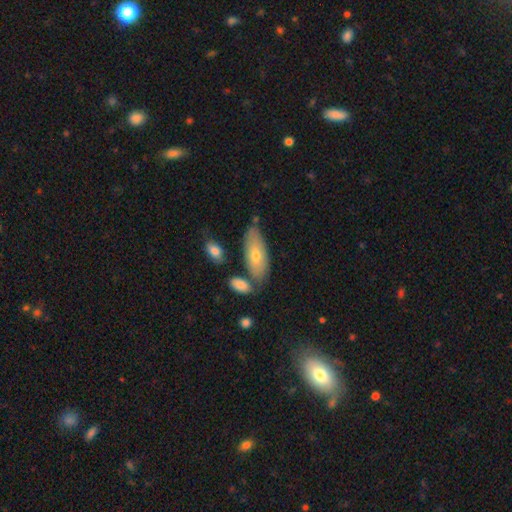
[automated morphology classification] Smooth or featured: smooth — 65% (featured or disk — 29%)
How rounded: in between — 78% (cigar-shaped — 19%)
Merging: none — 67% (minor disturbance — 17%)